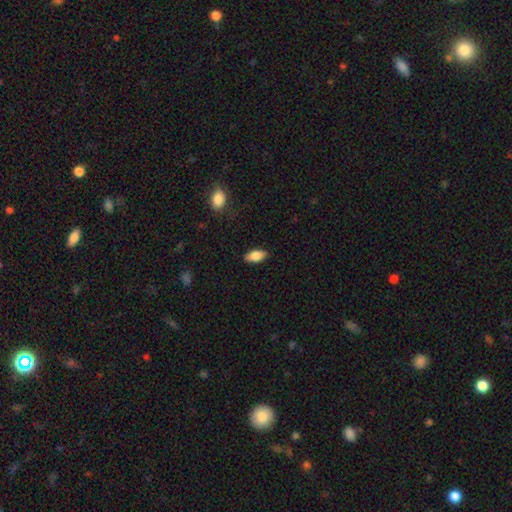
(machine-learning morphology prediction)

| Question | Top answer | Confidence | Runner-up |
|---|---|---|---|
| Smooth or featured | smooth | 83% | featured or disk (10%) |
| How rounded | in between | 90% | cigar-shaped (7%) |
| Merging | none | 87% | minor disturbance (10%) |